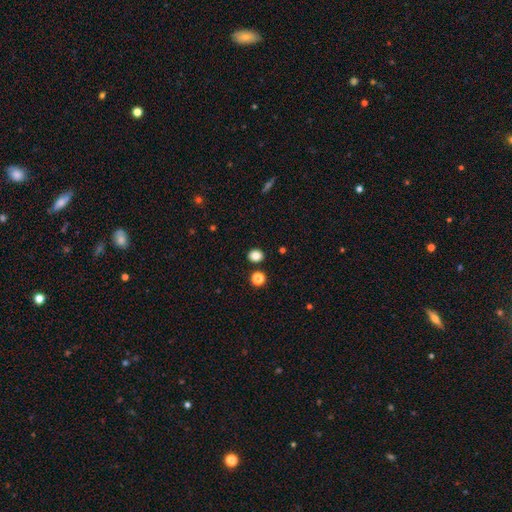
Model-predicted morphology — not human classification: Smooth or featured?
  - smooth: 84% *
  - star or artifact: 12%
  - featured or disk: 4%
How rounded?
  - round: 71% *
  - in between: 28%
  - cigar-shaped: 1%
Merging?
  - none: 87% *
  - minor disturbance: 7%
  - merger: 4%
  - major disturbance: 2%